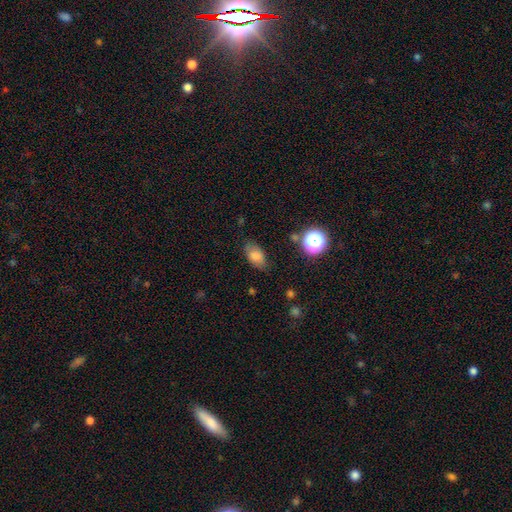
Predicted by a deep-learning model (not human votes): Smooth or featured: smooth — 77% (featured or disk — 12%)
How rounded: in between — 87% (round — 10%)
Merging: none — 73% (minor disturbance — 19%)